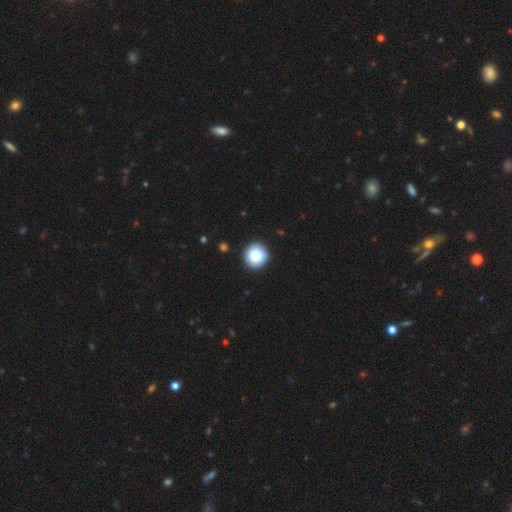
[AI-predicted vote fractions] Smooth or featured: smooth — 88% (star or artifact — 8%)
How rounded: round — 95% (in between — 4%)
Merging: none — 92% (minor disturbance — 6%)